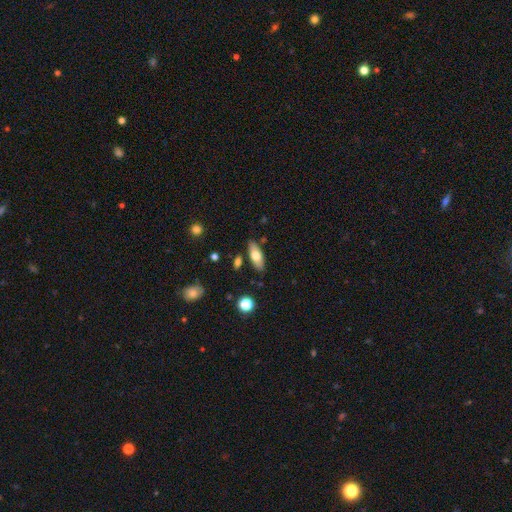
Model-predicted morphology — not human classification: Smooth or featured? smooth (68%)
How rounded? in between (75%)
Merging? none (82%)